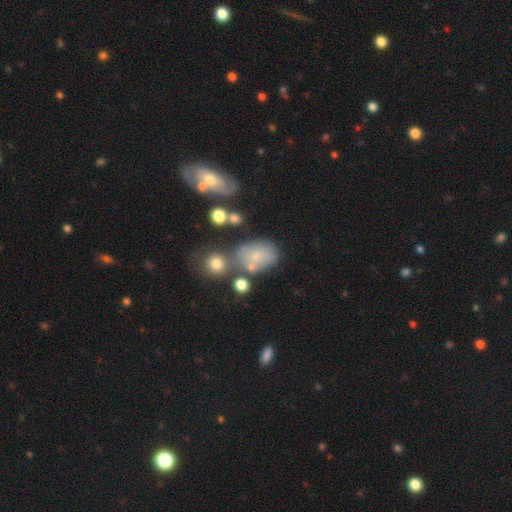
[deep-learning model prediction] smooth_or_featured: smooth (p=0.60) [alt: featured or disk p=0.25]
how_rounded: in between (p=0.80) [alt: round p=0.19]
merging: none (p=0.49) [alt: minor disturbance p=0.22]